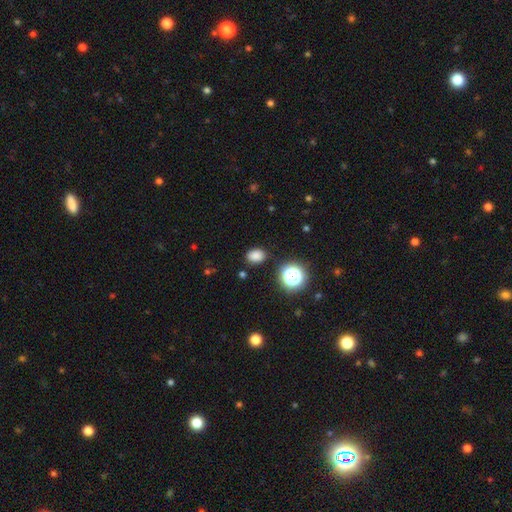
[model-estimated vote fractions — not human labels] Smooth or featured?
  - smooth: 80% *
  - star or artifact: 16%
  - featured or disk: 4%
How rounded?
  - in between: 64% *
  - round: 35%
  - cigar-shaped: 1%
Merging?
  - none: 84% *
  - minor disturbance: 10%
  - major disturbance: 3%
  - merger: 2%